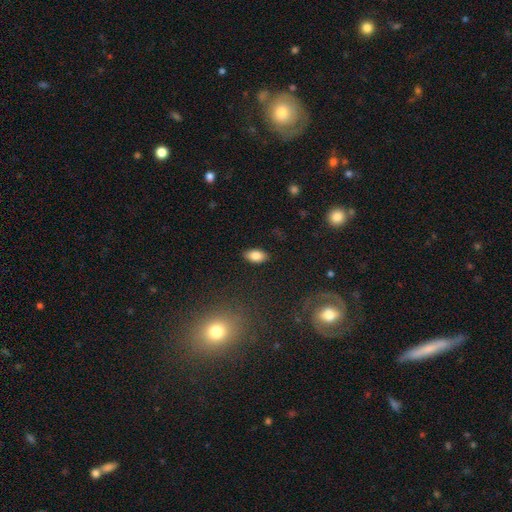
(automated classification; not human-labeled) Smooth or featured? Predicted: smooth (p=0.84). How rounded? Predicted: in between (p=0.93). Merging? Predicted: none (p=0.88).